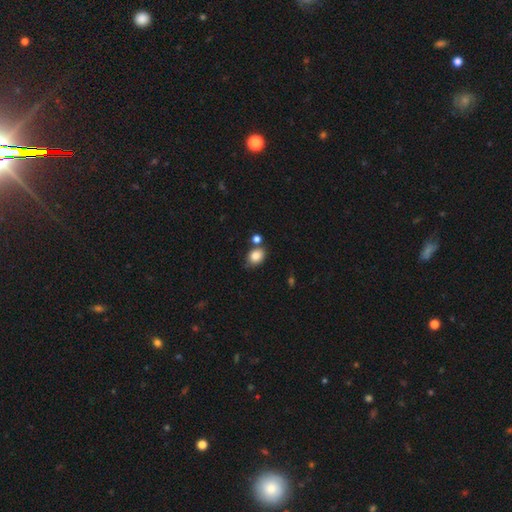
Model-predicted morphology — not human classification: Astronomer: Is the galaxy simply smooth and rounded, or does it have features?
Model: smooth — 84%.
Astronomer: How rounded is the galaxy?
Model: in between — 63%.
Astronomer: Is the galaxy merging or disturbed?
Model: none — 65%.